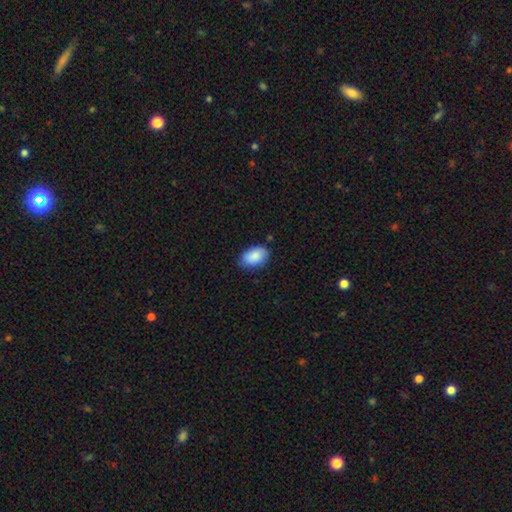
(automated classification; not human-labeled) Smooth or featured?
  - smooth: 88% *
  - star or artifact: 6%
  - featured or disk: 6%
How rounded?
  - in between: 91% *
  - round: 8%
  - cigar-shaped: 1%
Merging?
  - none: 80% *
  - minor disturbance: 16%
  - major disturbance: 3%
  - merger: 1%